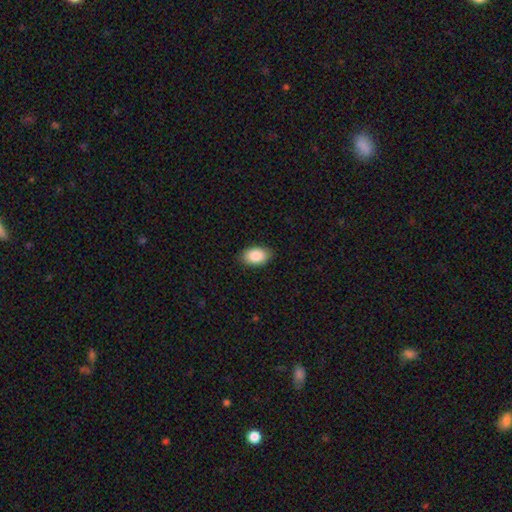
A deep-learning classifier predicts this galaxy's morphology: smooth_or_featured: smooth (p=0.88) [alt: star or artifact p=0.07]
how_rounded: in between (p=0.92) [alt: round p=0.07]
merging: none (p=0.87) [alt: minor disturbance p=0.10]